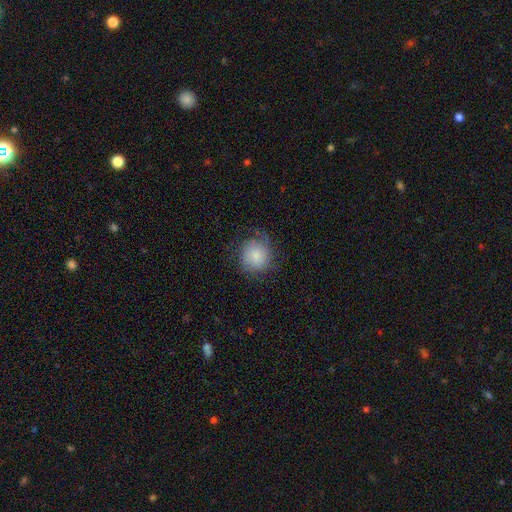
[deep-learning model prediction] Smooth or featured? Predicted: smooth (p=0.74). How rounded? Predicted: round (p=0.90). Merging? Predicted: none (p=0.70).